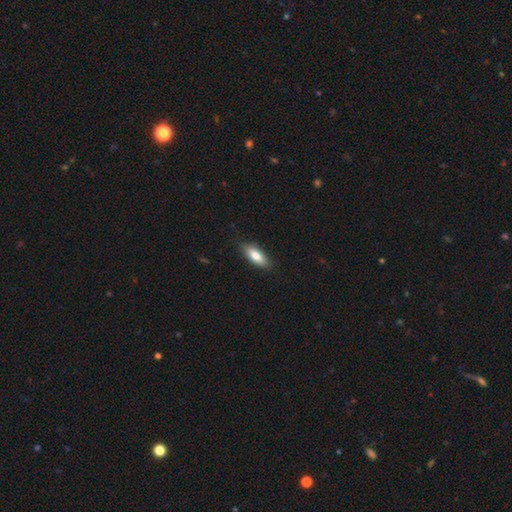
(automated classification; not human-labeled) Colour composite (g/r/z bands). It shows a smooth galaxy with no disk features (81%) that is in between round and cigar-shaped (72%). Merging: none (84%).